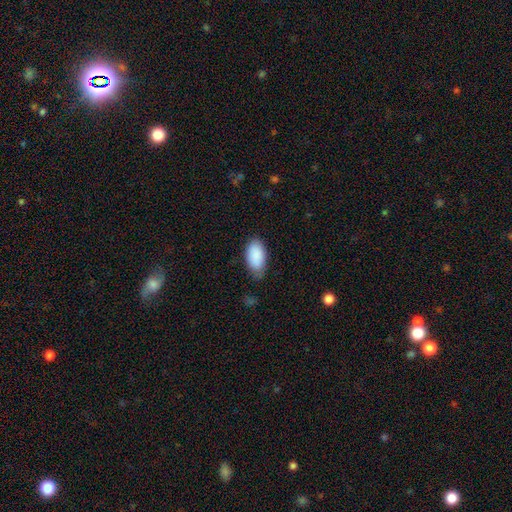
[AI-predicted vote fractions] Smooth or featured: smooth — 89% (star or artifact — 6%)
How rounded: in between — 95% (cigar-shaped — 3%)
Merging: none — 68% (minor disturbance — 25%)